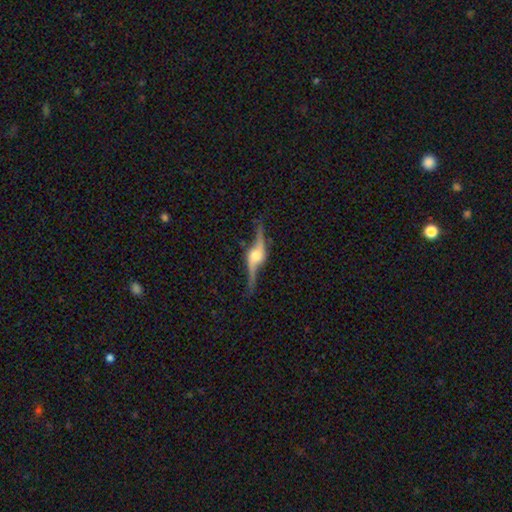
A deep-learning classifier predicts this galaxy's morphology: A featured or disk galaxy (88%) viewed edge-on (74%) with a rounded central bulge (92%).

Vote fractions:
- Smooth or featured? featured or disk: 88% / smooth: 7% / star or artifact: 5%
- Edge-on disk? yes: 74% / no: 26%
- Edge-on bulge? rounded: 92% / boxy: 6% / none: 2%
- Merging? none: 74% / minor disturbance: 17% / major disturbance: 7% / merger: 2%